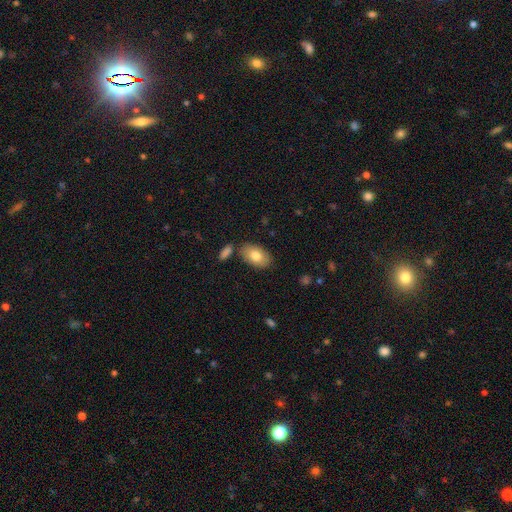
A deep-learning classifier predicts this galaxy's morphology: smooth-or-featured: smooth: 79% | featured or disk: 15% | star or artifact: 7%
  how-rounded: in between: 91% | round: 7% | cigar-shaped: 1%
  merging: none: 81% | minor disturbance: 11% | merger: 5% | major disturbance: 3%